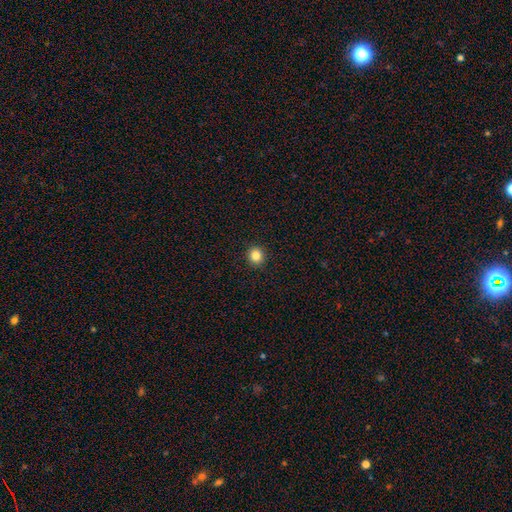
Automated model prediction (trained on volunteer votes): smooth 84%, star or artifact 11%, featured or disk 5%. Down the decision tree: how rounded — round (88%); merging — none (93%).